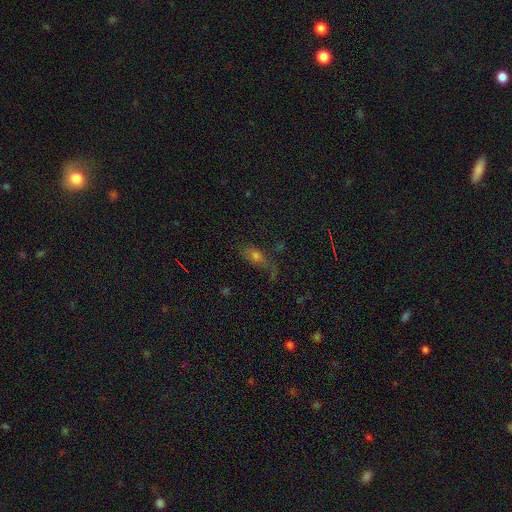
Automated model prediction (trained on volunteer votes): smooth-or-featured: smooth: 55% | star or artifact: 23% | featured or disk: 22%
  how-rounded: in between: 76% | cigar-shaped: 13% | round: 11%
  merging: none: 48% | minor disturbance: 24% | major disturbance: 20% | merger: 8%